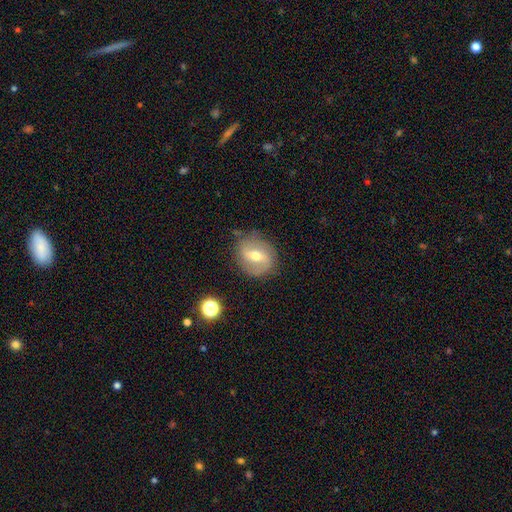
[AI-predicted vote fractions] smooth-or-featured: featured or disk: 63% | smooth: 29% | star or artifact: 8%
  disk-edge-on: no: 95% | yes: 5%
    bar: weak: 46% | strong: 35% | no: 19%
    has-spiral-arms: yes: 75% | no: 25%
    bulge-size: moderate: 72% | small: 20% | large: 6% | none: 1% | dominant: 1%
  merging: none: 76% | minor disturbance: 16% | major disturbance: 5% | merger: 2%